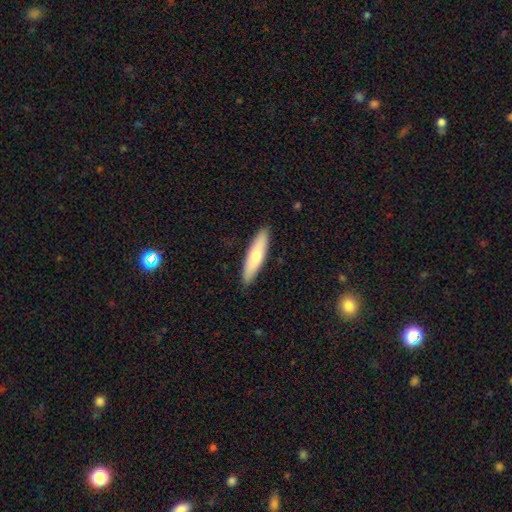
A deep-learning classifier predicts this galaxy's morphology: type=smooth (73%); roundness=cigar-shaped (76%); merging=none (89%).